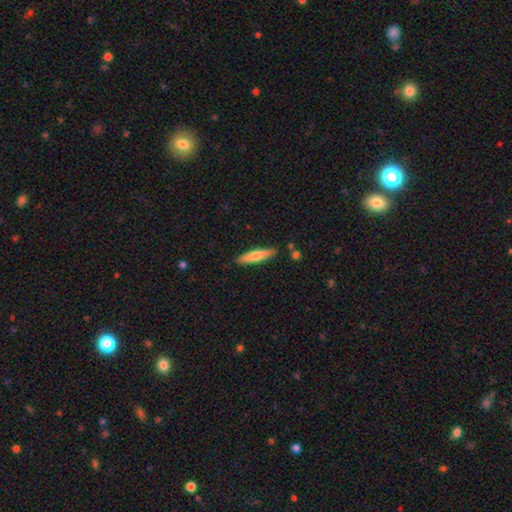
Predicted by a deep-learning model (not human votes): smooth 66%, featured or disk 28%, star or artifact 5%. Down the decision tree: how rounded — cigar-shaped (83%); merging — none (88%).